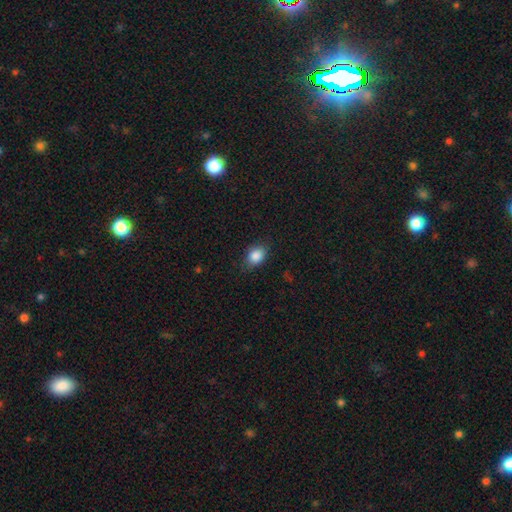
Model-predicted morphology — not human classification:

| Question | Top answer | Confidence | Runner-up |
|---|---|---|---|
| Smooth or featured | smooth | 86% | star or artifact (9%) |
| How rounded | in between | 68% | round (30%) |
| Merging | none | 81% | minor disturbance (15%) |